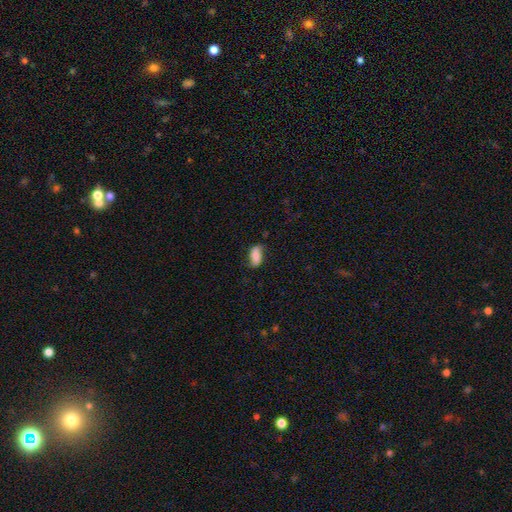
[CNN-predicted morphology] Q: Smooth or featured?
A: smooth (72%); runner-up: featured or disk (19%)
Q: How rounded?
A: in between (83%); runner-up: cigar-shaped (13%)
Q: Merging?
A: none (64%); runner-up: minor disturbance (25%)